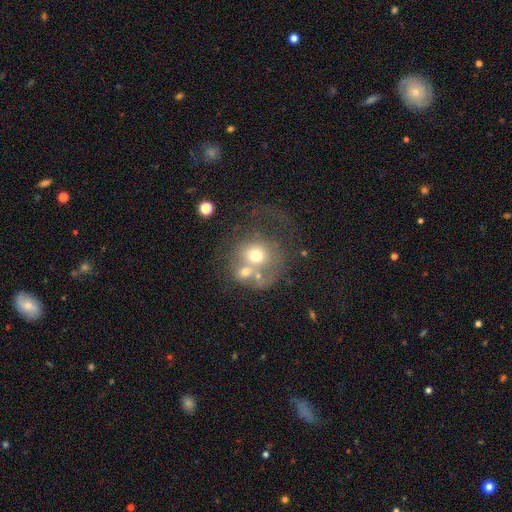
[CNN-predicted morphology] smooth-or-featured: smooth: 54% | featured or disk: 33% | star or artifact: 13%
  how-rounded: round: 79% | in between: 20% | cigar-shaped: 1%
  merging: merger: 40% | none: 25% | major disturbance: 23% | minor disturbance: 12%